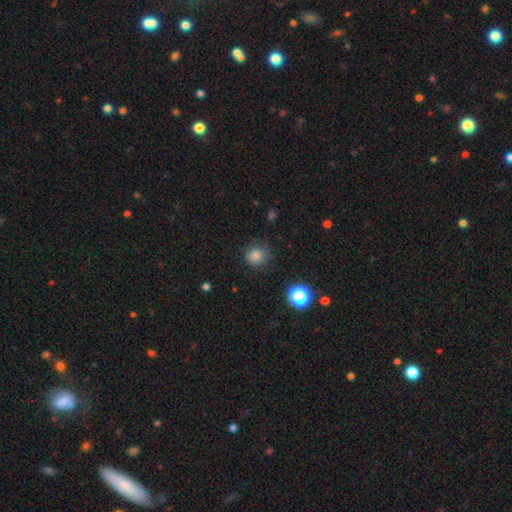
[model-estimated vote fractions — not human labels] smooth_or_featured: smooth (p=0.82) [alt: star or artifact p=0.13]
how_rounded: round (p=0.85) [alt: in between p=0.14]
merging: none (p=0.76) [alt: minor disturbance p=0.17]